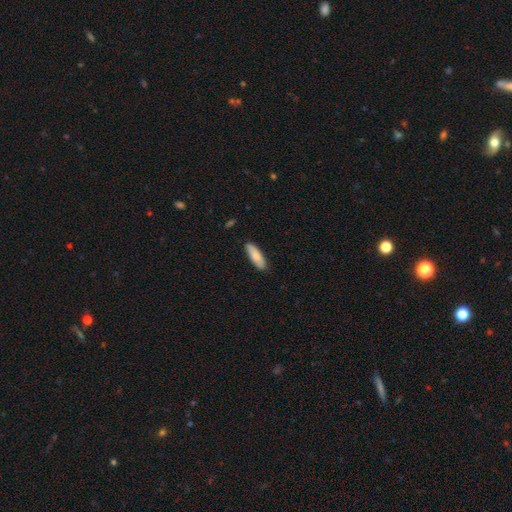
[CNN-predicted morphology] smooth 84%, featured or disk 11%, star or artifact 6%. Down the decision tree: how rounded — in between (55%); merging — none (85%).